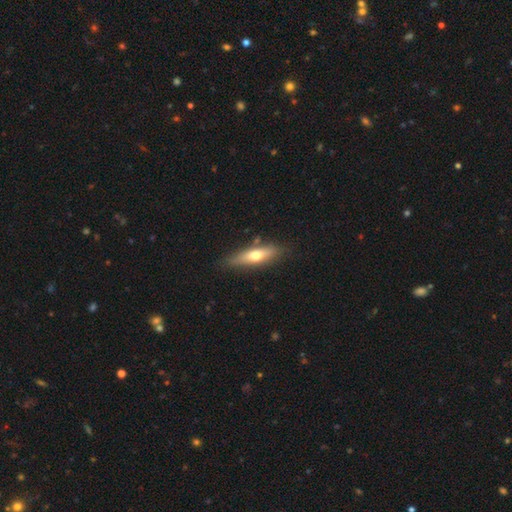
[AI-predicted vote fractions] A smooth galaxy with no disk features (56%) that is cigar-shaped (60%). Merging: none (77%).